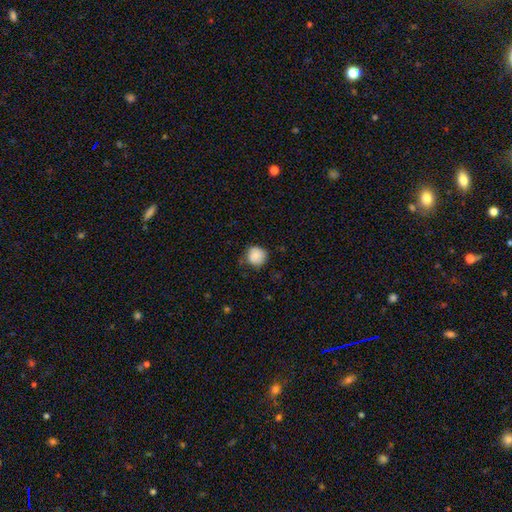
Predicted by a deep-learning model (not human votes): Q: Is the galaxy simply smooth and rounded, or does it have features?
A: smooth — 84%.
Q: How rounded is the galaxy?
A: round — 90%.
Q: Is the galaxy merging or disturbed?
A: none — 72%.